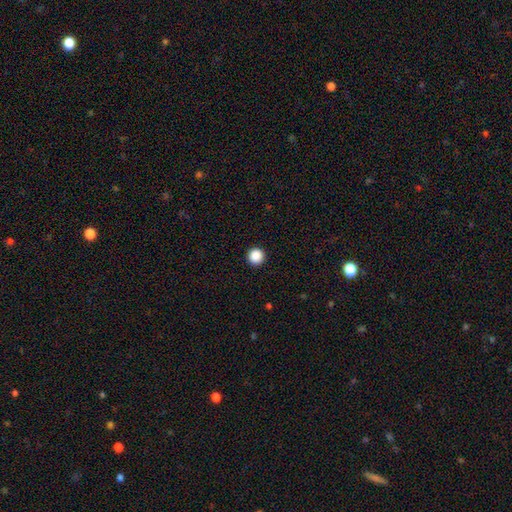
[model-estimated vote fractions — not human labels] A smooth galaxy with no disk features (88%) that is round (96%).

Vote fractions:
- Smooth or featured? smooth: 88% / star or artifact: 10% / featured or disk: 2%
- How rounded? round: 96% / in between: 3% / cigar-shaped: 1%
- Merging? none: 94% / minor disturbance: 4% / major disturbance: 1% / merger: 1%